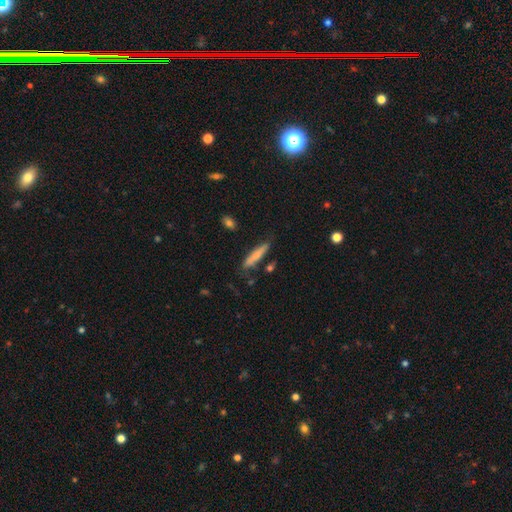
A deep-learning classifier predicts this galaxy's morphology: The model was most divided on "smooth or featured": smooth: 75%, featured or disk: 19%, star or artifact: 7%. More confident: how rounded — cigar-shaped (87%); merging — none (76%).